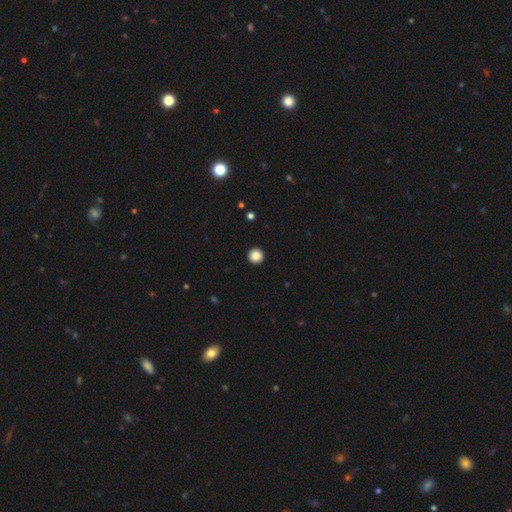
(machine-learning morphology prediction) Smooth or featured: smooth — 88% (star or artifact — 10%)
How rounded: round — 96% (in between — 3%)
Merging: none — 94% (minor disturbance — 3%)